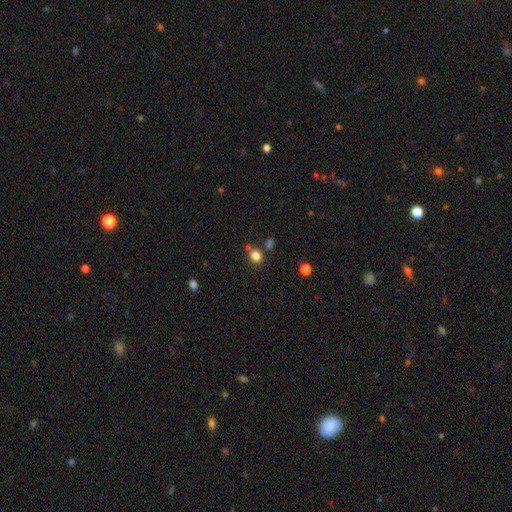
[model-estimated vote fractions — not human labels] Morphology: type=smooth (81%); roundness=round (70%); merging=none (71%).